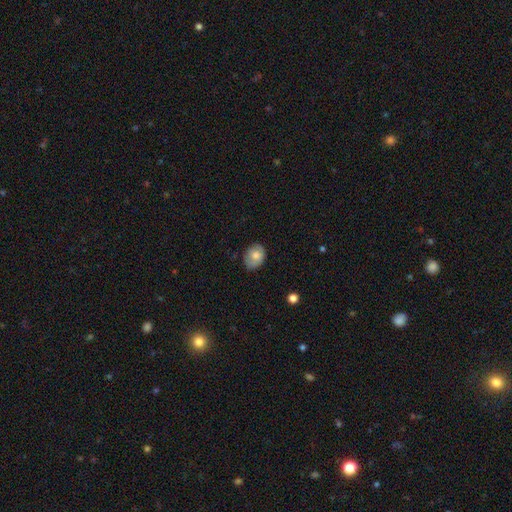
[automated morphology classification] Smooth or featured? Predicted: smooth (p=0.73). How rounded? Predicted: in between (p=0.65). Merging? Predicted: none (p=0.71).